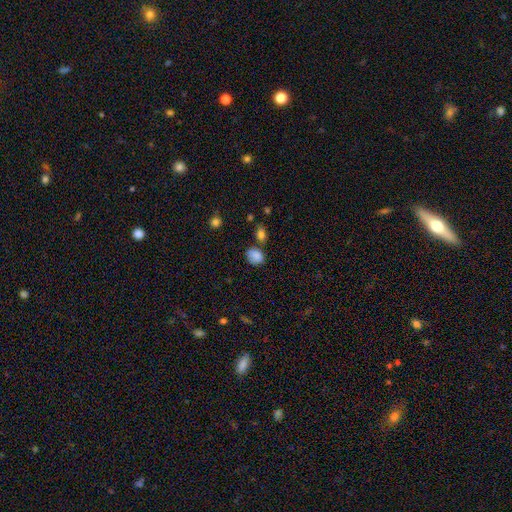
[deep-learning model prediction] Smooth or featured? Predicted: smooth (p=0.84). How rounded? Predicted: in between (p=0.54). Merging? Predicted: none (p=0.64).